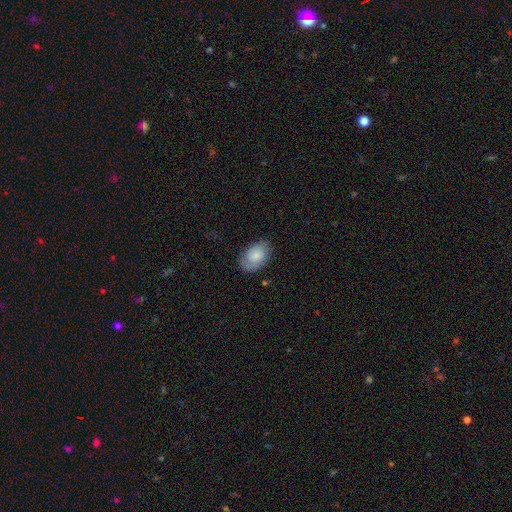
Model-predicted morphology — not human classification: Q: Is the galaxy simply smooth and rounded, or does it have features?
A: smooth — 67%.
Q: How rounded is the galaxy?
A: in between — 90%.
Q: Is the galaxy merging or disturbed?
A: none — 76%.